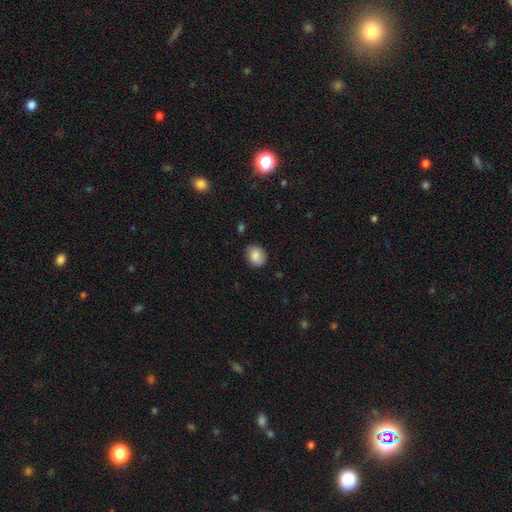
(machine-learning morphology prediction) Overall: smooth (87%). How rounded: round (56%; in between 43%). Merging: none (86%).